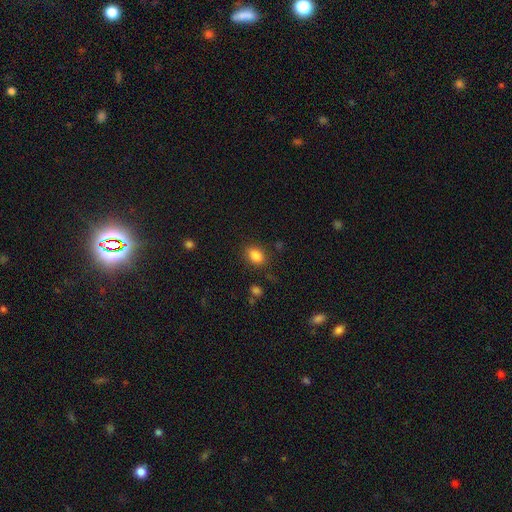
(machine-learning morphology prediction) Smooth or featured?
  - smooth: 86% *
  - star or artifact: 10%
  - featured or disk: 4%
How rounded?
  - in between: 72% *
  - round: 27%
  - cigar-shaped: 1%
Merging?
  - none: 79% *
  - minor disturbance: 14%
  - major disturbance: 4%
  - merger: 3%